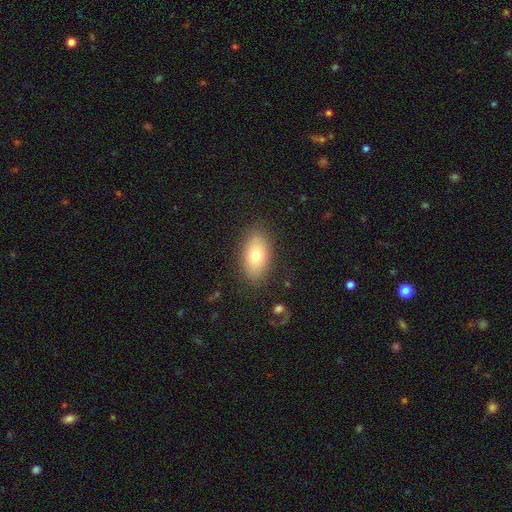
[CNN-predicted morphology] type=smooth (74%); roundness=in between (90%); merging=none (85%).